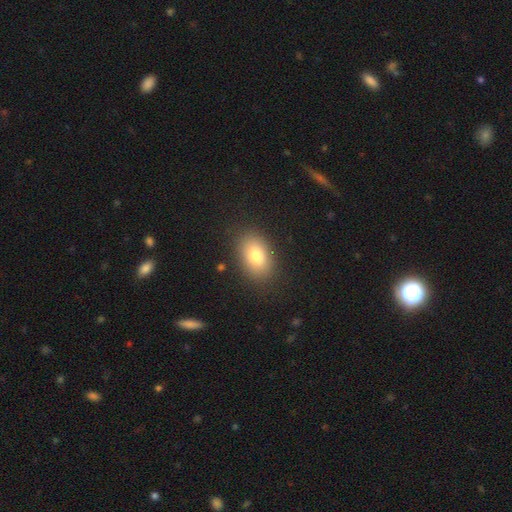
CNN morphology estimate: This appears to be a smooth galaxy with no disk features (80%) that is in between round and cigar-shaped (85%). Merging: none (86%).